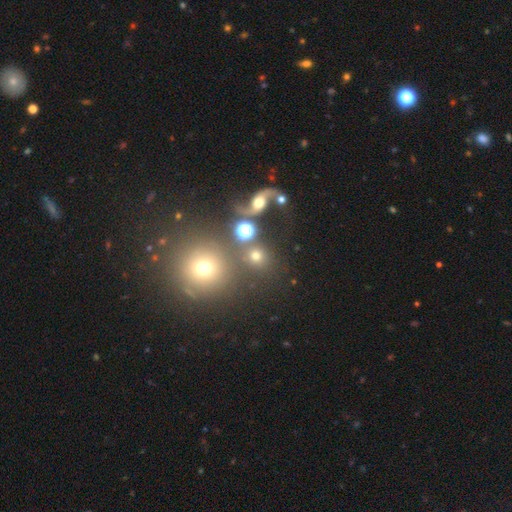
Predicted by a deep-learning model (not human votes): Overall: smooth (68%). How rounded: round (88%). Merging: none (73%).